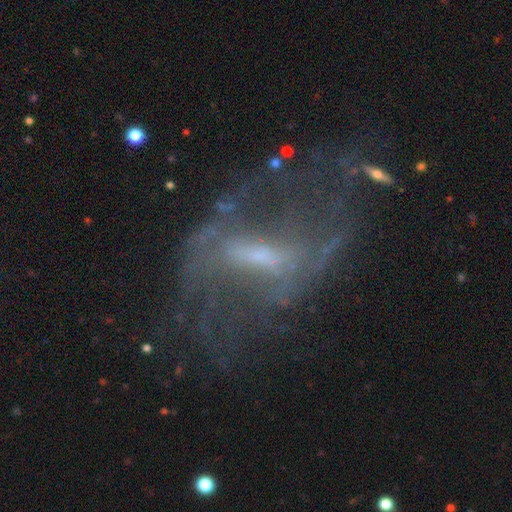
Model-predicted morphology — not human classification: Smooth or featured? Predicted: featured or disk (p=0.80). Edge-on disk? Predicted: no (p=0.93). Bar? Predicted: weak (p=0.45). Spiral arms? Predicted: yes (p=0.73). Spiral winding? Predicted: loose (p=0.54). Spiral arm count? Predicted: 2 (p=0.61). Bulge size? Predicted: small (p=0.53). Merging? Predicted: none (p=0.50).